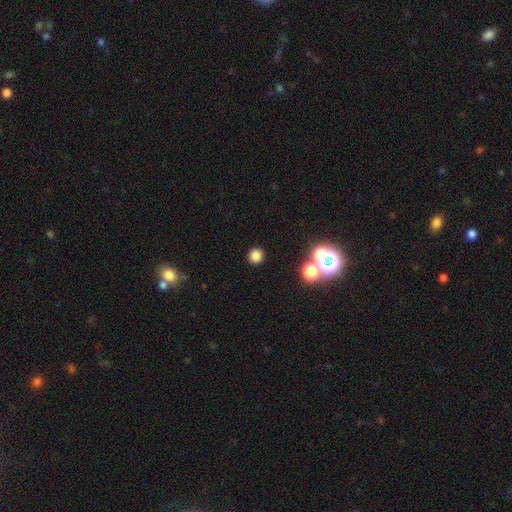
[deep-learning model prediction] smooth_or_featured: smooth (p=0.79) [alt: star or artifact p=0.16]
how_rounded: round (p=0.89) [alt: in between p=0.10]
merging: none (p=0.89) [alt: minor disturbance p=0.06]